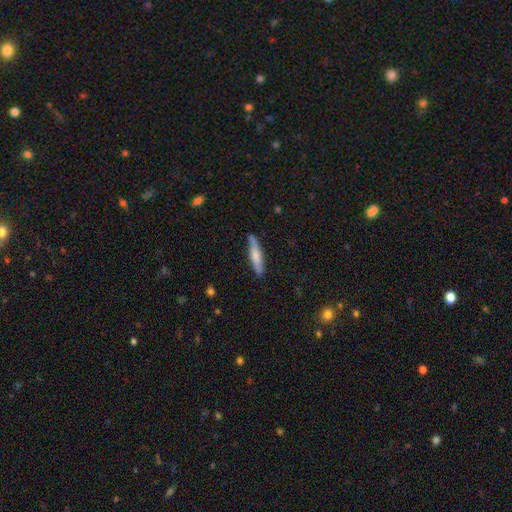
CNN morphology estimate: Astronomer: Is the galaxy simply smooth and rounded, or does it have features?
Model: smooth — 66%.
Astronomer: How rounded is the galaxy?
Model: cigar-shaped — 84%.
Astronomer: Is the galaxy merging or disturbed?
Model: none — 81%.